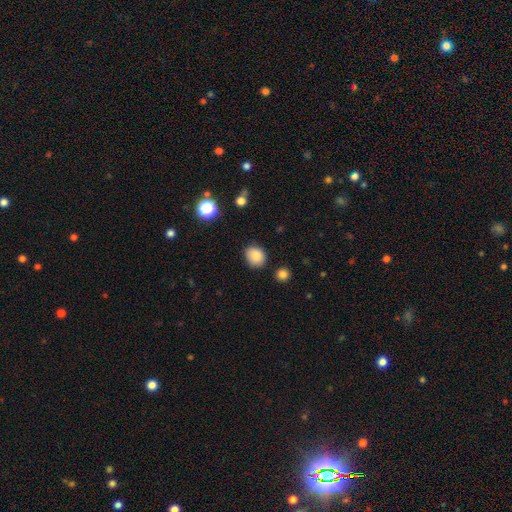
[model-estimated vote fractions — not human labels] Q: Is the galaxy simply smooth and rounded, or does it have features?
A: smooth — 86%.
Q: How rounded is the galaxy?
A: round — 59%.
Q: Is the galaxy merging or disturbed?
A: none — 81%.